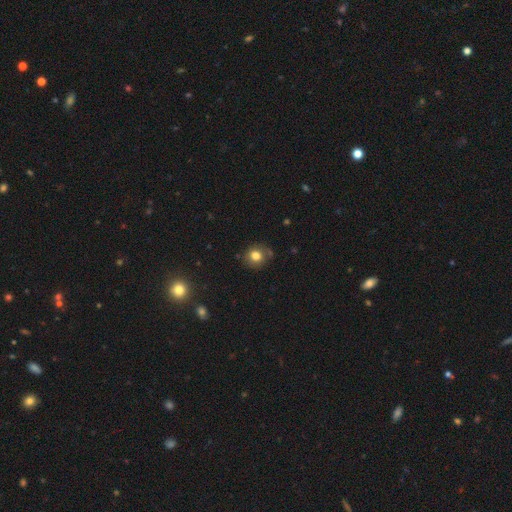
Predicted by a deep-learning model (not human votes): Smooth or featured: smooth — 80% (star or artifact — 12%)
How rounded: round — 83% (in between — 16%)
Merging: none — 78% (minor disturbance — 15%)